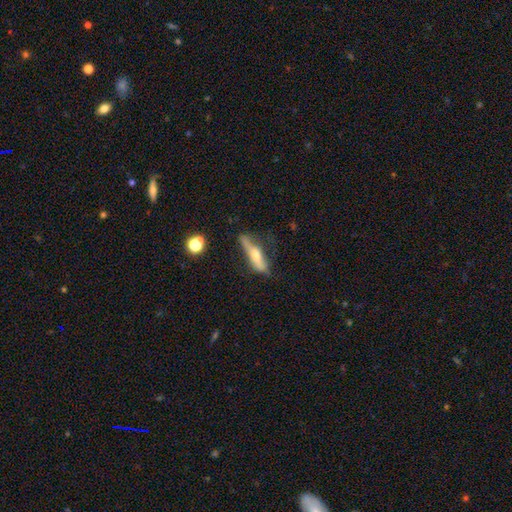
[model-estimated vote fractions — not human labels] Smooth or featured?
  - smooth: 48% *
  - featured or disk: 45%
  - star or artifact: 8%
Merging?
  - none: 46% *
  - minor disturbance: 30%
  - major disturbance: 18%
  - merger: 6%